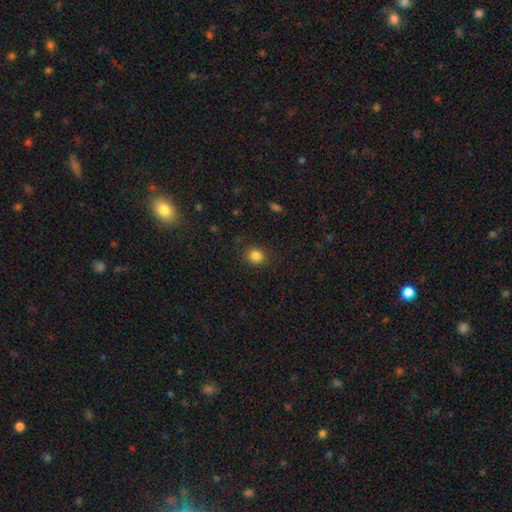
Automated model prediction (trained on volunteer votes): This appears to be a smooth galaxy with no disk features (84%) that is round (77%). Merging: none (88%).